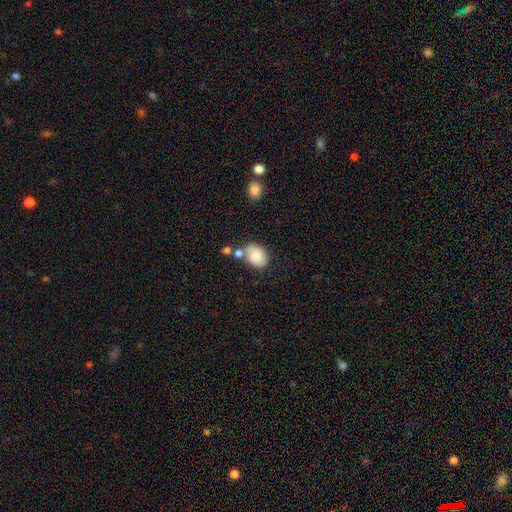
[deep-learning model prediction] smooth 83%, featured or disk 10%, star or artifact 8%. Down the decision tree: how rounded — in between (72%); merging — none (63%).